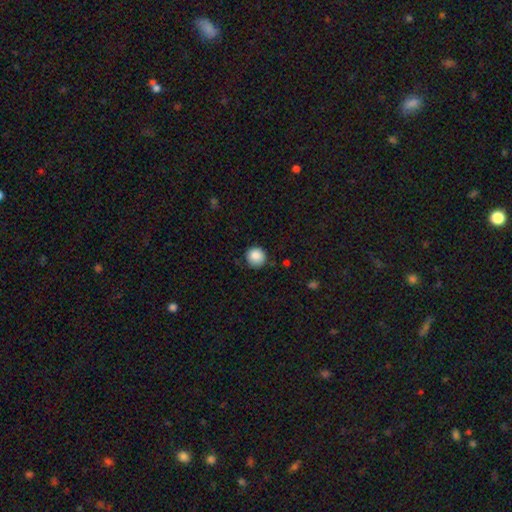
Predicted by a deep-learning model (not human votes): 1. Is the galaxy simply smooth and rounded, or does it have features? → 87% smooth, 9% star or artifact, 4% featured or disk.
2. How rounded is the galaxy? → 94% round, 5% in between, 1% cigar-shaped.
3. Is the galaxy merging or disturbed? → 81% none, 14% minor disturbance, 3% major disturbance, 2% merger.